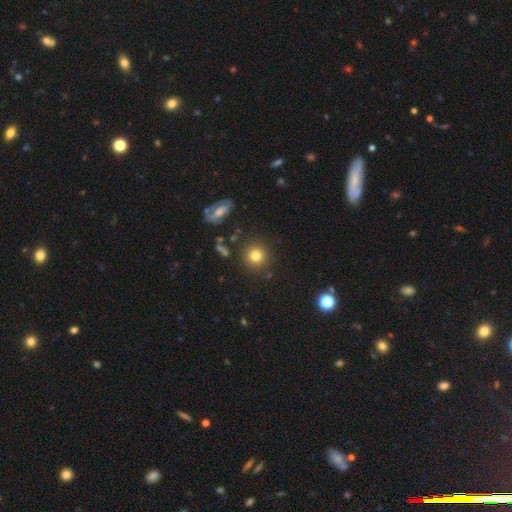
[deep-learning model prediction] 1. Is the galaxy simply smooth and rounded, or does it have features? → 80% smooth, 12% star or artifact, 8% featured or disk.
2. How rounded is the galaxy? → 92% round, 7% in between, 1% cigar-shaped.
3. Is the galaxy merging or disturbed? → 87% none, 7% minor disturbance, 3% merger, 3% major disturbance.